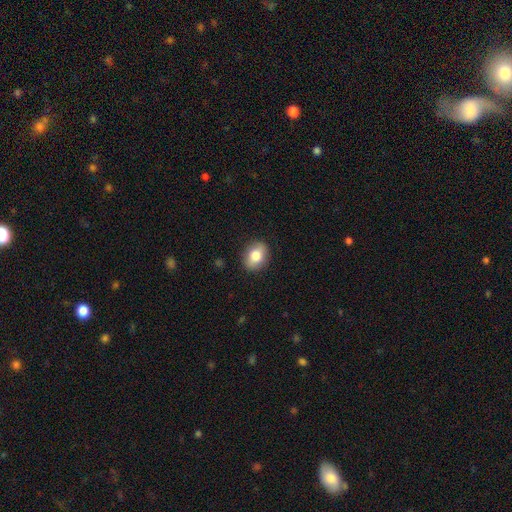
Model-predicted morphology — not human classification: Overall: smooth (81%). How rounded: in between (58%; round 40%). Merging: none (88%).